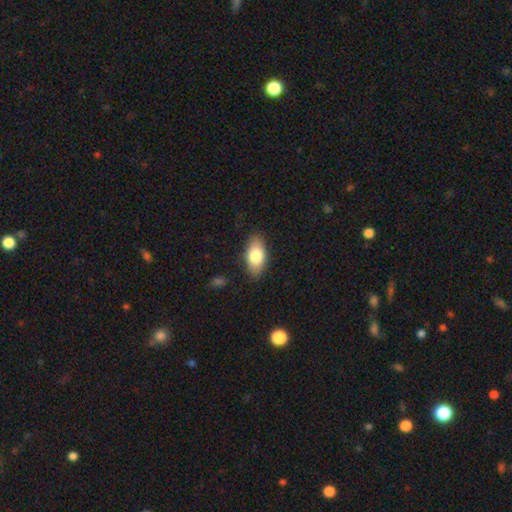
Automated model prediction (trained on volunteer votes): Morphology: type=smooth (78%); roundness=in between (91%); merging=none (86%).